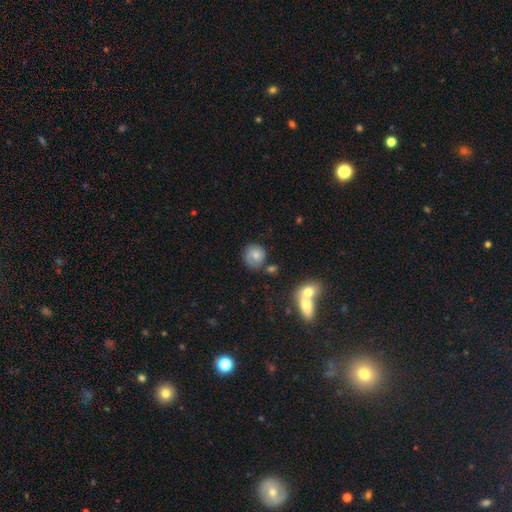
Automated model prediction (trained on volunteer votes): smooth-or-featured: smooth: 66% | featured or disk: 25% | star or artifact: 9%
  how-rounded: round: 82% | in between: 17% | cigar-shaped: 1%
  merging: none: 62% | minor disturbance: 22% | major disturbance: 8% | merger: 8%